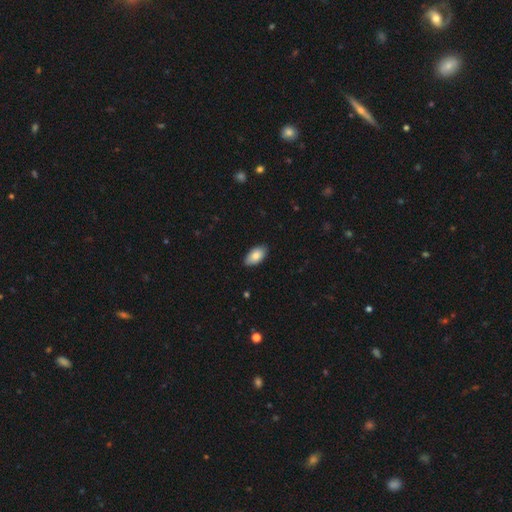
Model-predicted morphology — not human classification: type=smooth (85%); roundness=in between (95%); merging=none (86%).